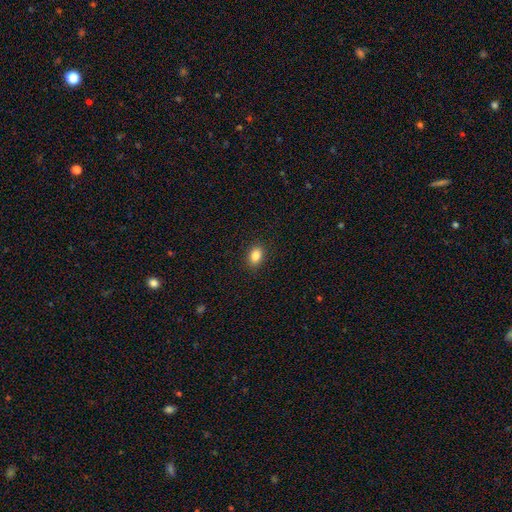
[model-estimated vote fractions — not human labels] A smooth galaxy with no disk features (85%) that is in between round and cigar-shaped (74%). Merging: none (90%).